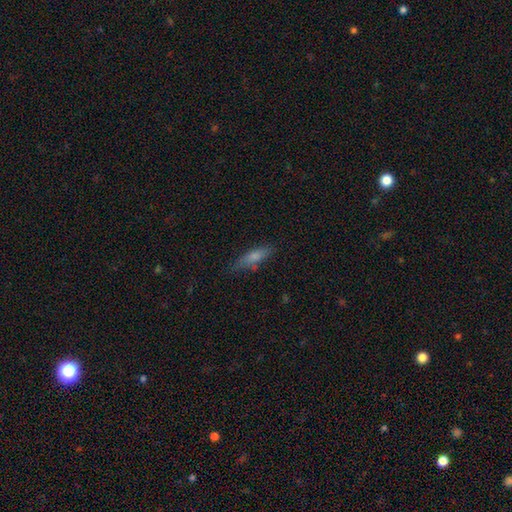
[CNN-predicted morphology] Smooth or featured: smooth — 52% (featured or disk — 33%)
How rounded: cigar-shaped — 66% (in between — 31%)
Merging: none — 78% (minor disturbance — 16%)